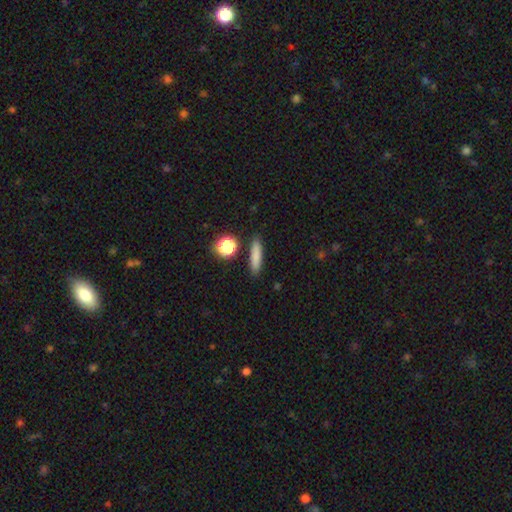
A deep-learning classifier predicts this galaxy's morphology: Overall: smooth (80%). How rounded: cigar-shaped (78%). Merging: none (87%).